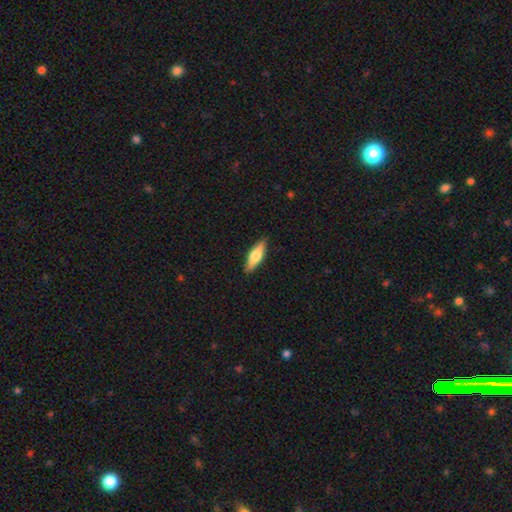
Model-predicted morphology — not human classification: smooth 63%, featured or disk 32%, star or artifact 6%. Down the decision tree: how rounded — cigar-shaped (54%); merging — none (88%).